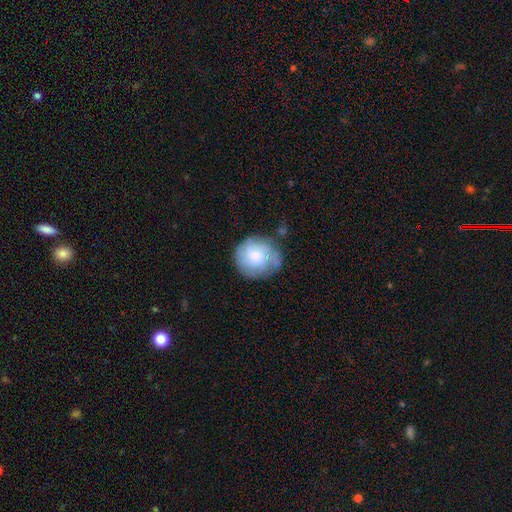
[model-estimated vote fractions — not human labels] featured or disk 51%, smooth 42%, star or artifact 7%. Down the decision tree: edge-on disk — no (98%); merging — none (67%).